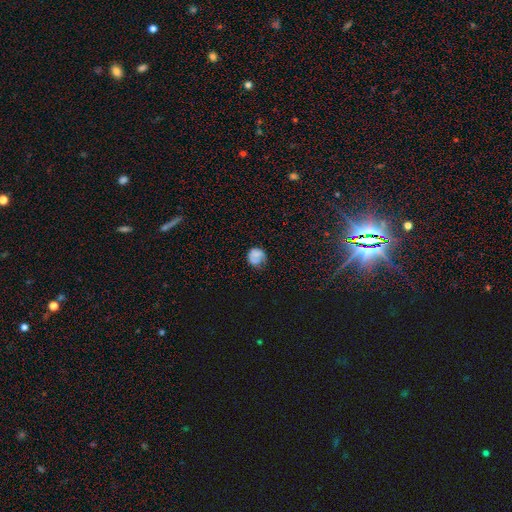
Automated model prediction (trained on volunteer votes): Smooth or featured: smooth — 66% (featured or disk — 18%)
How rounded: round — 83% (in between — 15%)
Merging: none — 65% (minor disturbance — 25%)